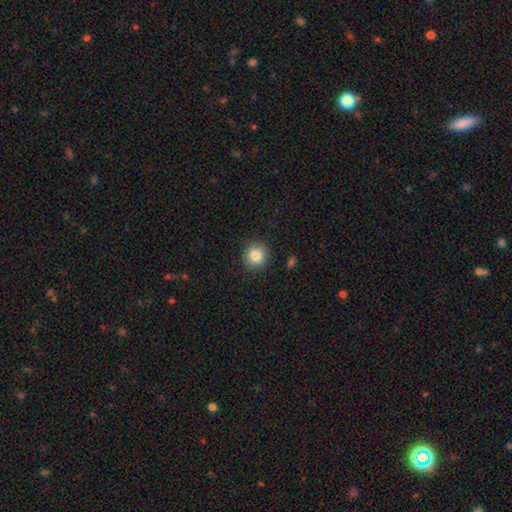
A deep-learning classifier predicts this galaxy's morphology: type=smooth (85%); roundness=round (88%); merging=none (89%).